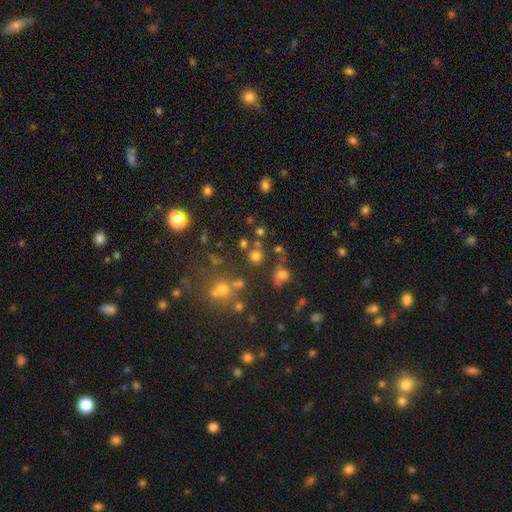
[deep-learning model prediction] smooth-or-featured: smooth: 68% | star or artifact: 23% | featured or disk: 9%
  how-rounded: round: 90% | in between: 9% | cigar-shaped: 1%
  merging: none: 73% | merger: 14% | minor disturbance: 9% | major disturbance: 4%